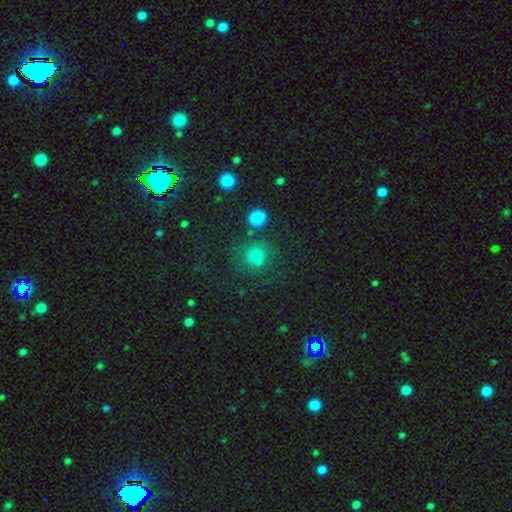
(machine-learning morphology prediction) Smooth or featured? smooth (69%)
How rounded? round (84%)
Merging? none (68%)